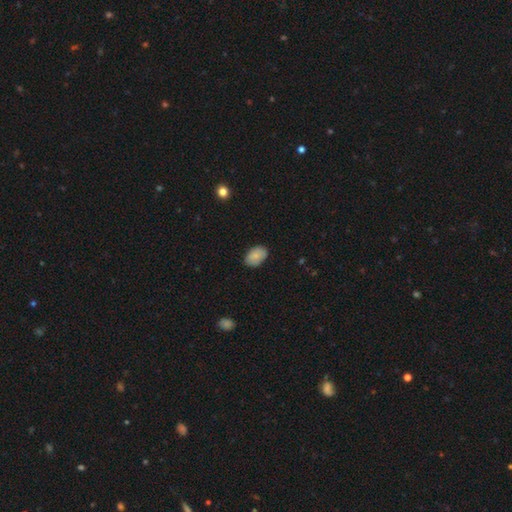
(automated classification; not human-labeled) Morphology: type=smooth (83%); roundness=in between (89%); merging=none (81%).